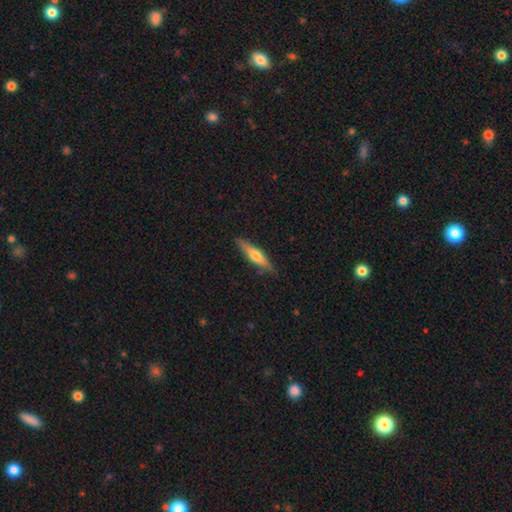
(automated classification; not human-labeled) smooth_or_featured: featured or disk (p=0.51) [alt: smooth p=0.43]
disk_edge_on: yes (p=0.94) [alt: no p=0.06]
merging: none (p=0.86) [alt: minor disturbance p=0.11]